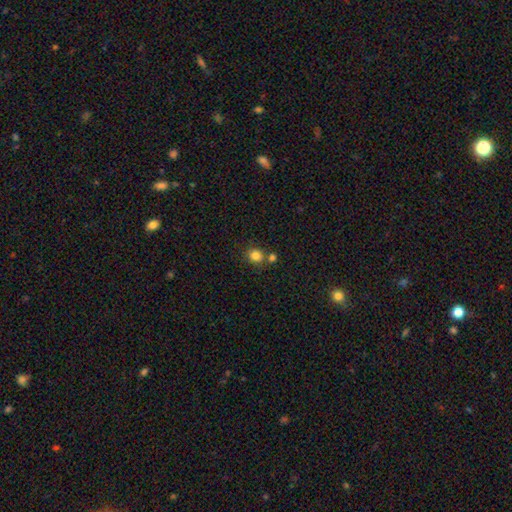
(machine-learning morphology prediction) smooth 83%, star or artifact 12%, featured or disk 5%. Down the decision tree: how rounded — round (82%); merging — none (67%).